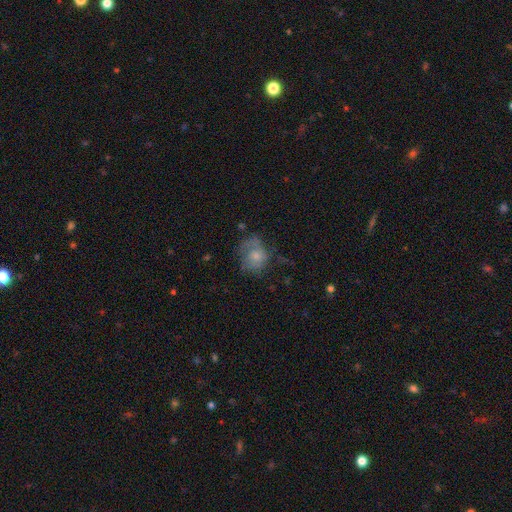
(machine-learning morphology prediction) Smooth or featured? Predicted: smooth (p=0.59). How rounded? Predicted: round (p=0.61). Merging? Predicted: none (p=0.42).